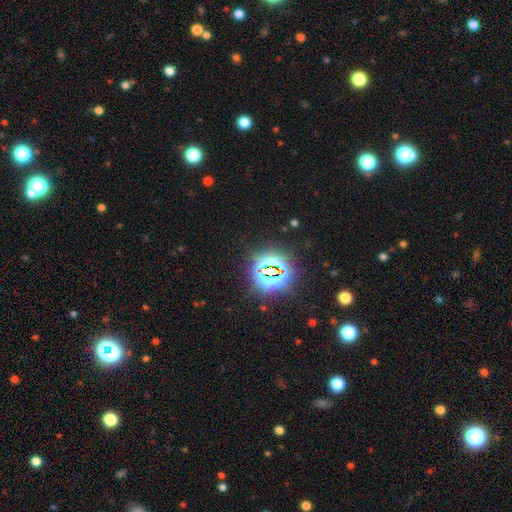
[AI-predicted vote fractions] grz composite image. It shows a star or artifact, not a galaxy (81%).